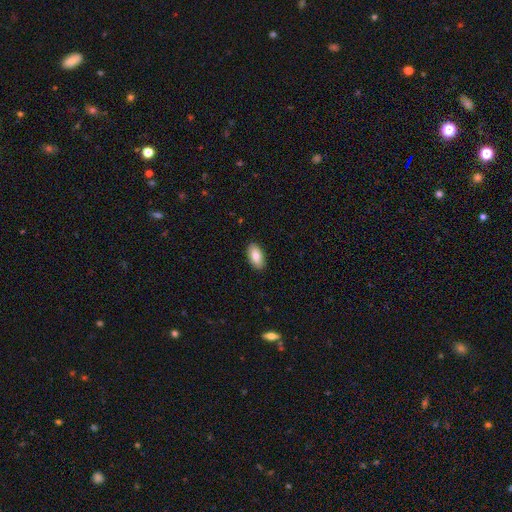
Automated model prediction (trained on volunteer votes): This is clearly a smooth galaxy (84%). How rounded: clearly in between (93%). Merging: clearly none (90%).